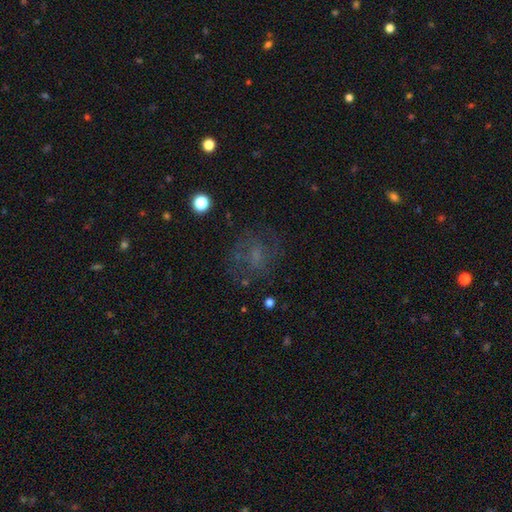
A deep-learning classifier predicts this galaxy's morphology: smooth_or_featured: smooth (p=0.39) [tied with: featured or disk p=0.39]
merging: none (p=0.64) [alt: minor disturbance p=0.17]